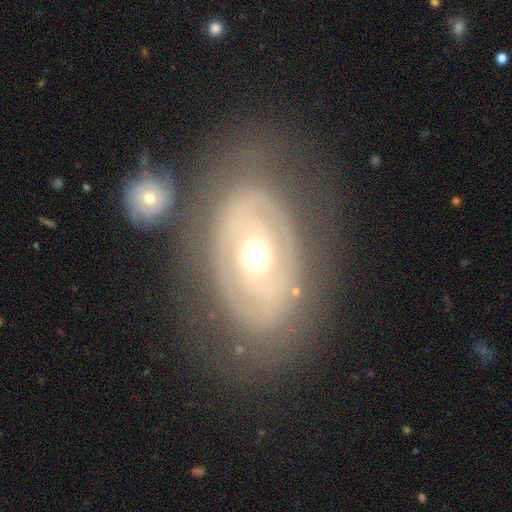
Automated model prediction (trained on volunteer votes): A featured or disk galaxy (70%) with no bar (77%), no spiral arms (64%) and a moderate central bulge (75%). Merging: none (69%).